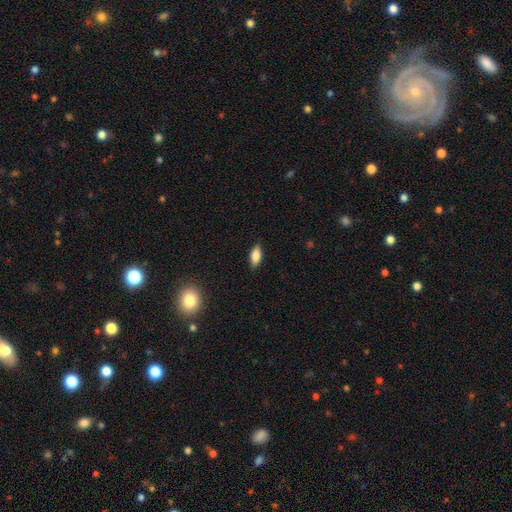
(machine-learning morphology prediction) Smooth or featured? smooth (83%)
How rounded? in between (84%)
Merging? none (84%)